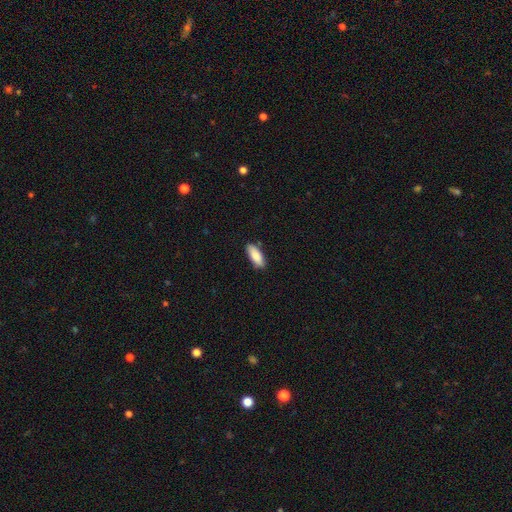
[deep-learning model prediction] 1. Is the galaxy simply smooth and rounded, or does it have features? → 87% smooth, 7% featured or disk, 6% star or artifact.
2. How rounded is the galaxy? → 77% in between, 21% cigar-shaped, 2% round.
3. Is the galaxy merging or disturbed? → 85% none, 12% minor disturbance, 2% major disturbance, 1% merger.